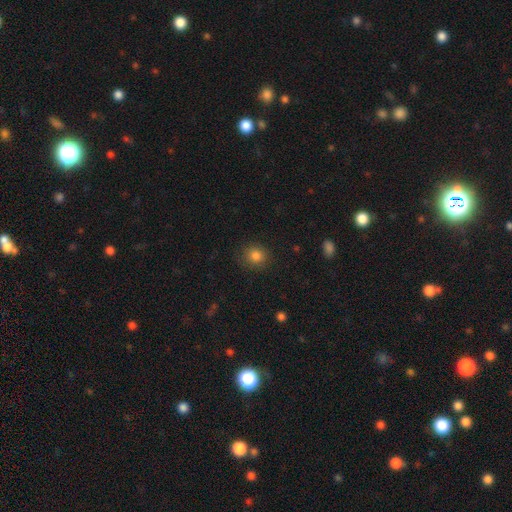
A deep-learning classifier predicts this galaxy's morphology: Smooth or featured? smooth (83%)
How rounded? round (86%)
Merging? none (87%)